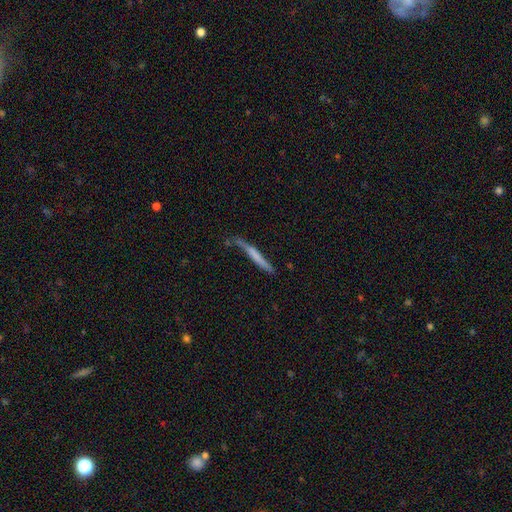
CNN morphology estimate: type=smooth (56%); roundness=cigar-shaped (96%); merging=none (61%).